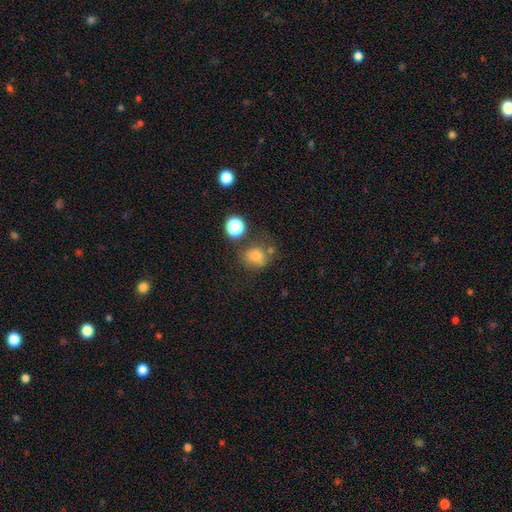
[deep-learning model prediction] This is likely a smooth galaxy (74%). How rounded: likely round (76%). Merging: likely none (63%).